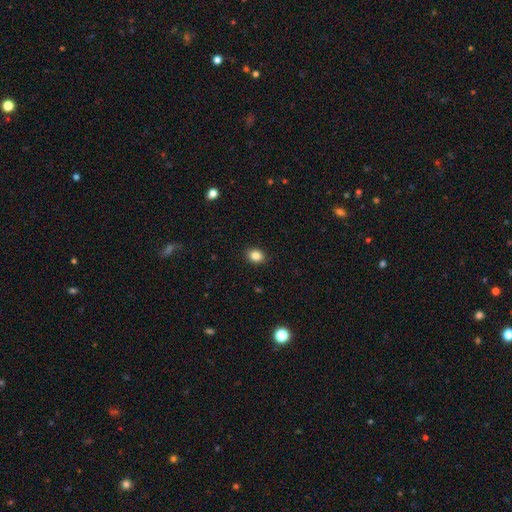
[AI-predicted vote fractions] A smooth galaxy with no disk features (85%) that is round (54%). Merging: none (90%).